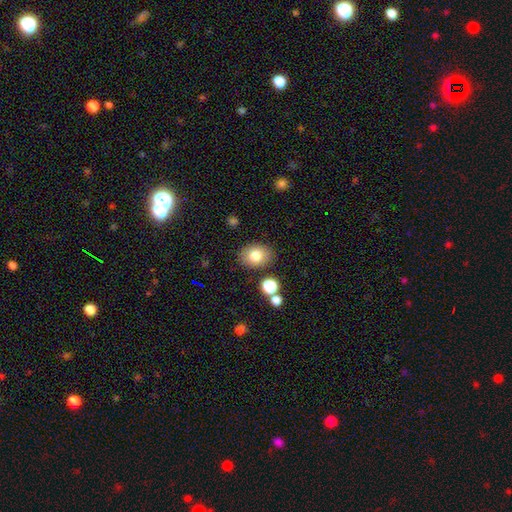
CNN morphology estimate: smooth 79%, featured or disk 12%, star or artifact 9%. Down the decision tree: how rounded — in between (65%); merging — none (84%).